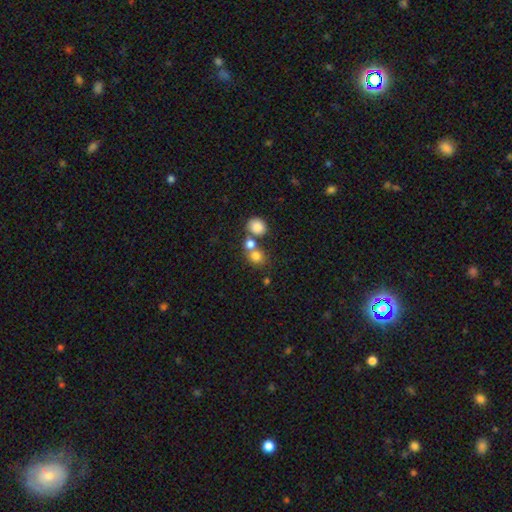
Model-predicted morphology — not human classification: smooth_or_featured: smooth (p=0.78) [alt: star or artifact p=0.13]
how_rounded: round (p=0.75) [alt: in between p=0.24]
merging: none (p=0.49) [alt: merger p=0.39]